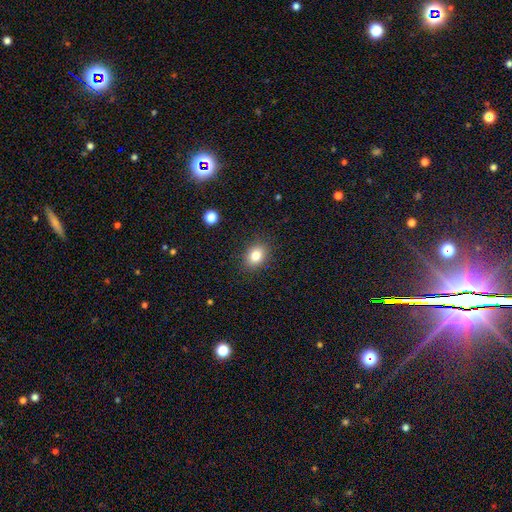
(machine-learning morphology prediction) Overall: smooth (82%). How rounded: in between (63%; round 36%). Merging: none (87%).